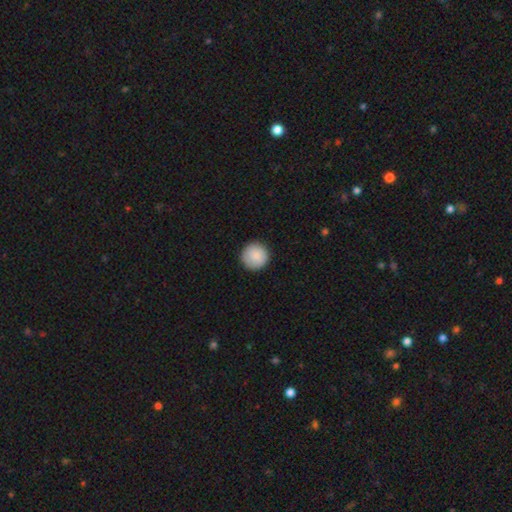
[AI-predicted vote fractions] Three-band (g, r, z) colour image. It shows a smooth galaxy with no disk features (88%) that is round (96%). Merging: none (91%).